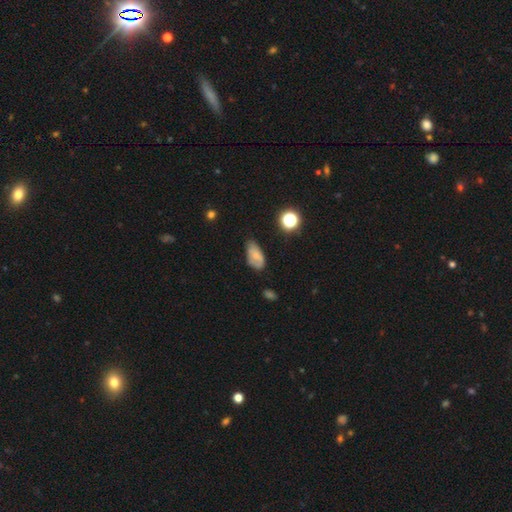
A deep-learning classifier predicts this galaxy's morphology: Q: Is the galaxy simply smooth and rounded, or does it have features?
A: smooth — 65%.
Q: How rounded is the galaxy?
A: in between — 91%.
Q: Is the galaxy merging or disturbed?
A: none — 49%.